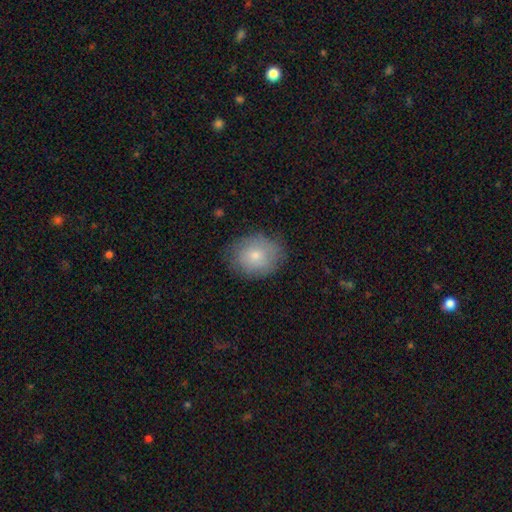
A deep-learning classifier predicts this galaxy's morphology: smooth_or_featured: smooth (p=0.73) [alt: featured or disk p=0.19]
how_rounded: round (p=0.53) [alt: in between p=0.46]
merging: none (p=0.76) [alt: minor disturbance p=0.18]